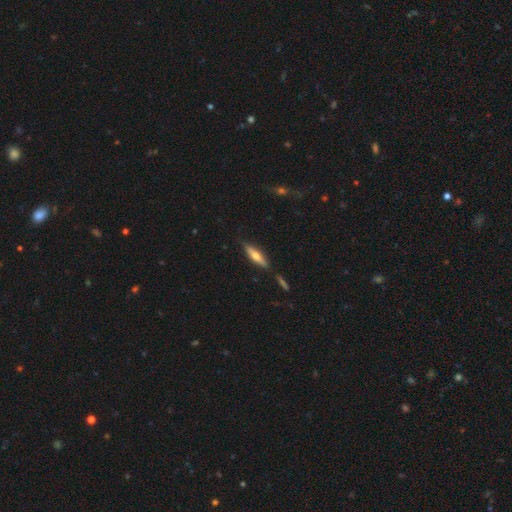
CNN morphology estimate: featured or disk 50%, smooth 44%, star or artifact 6%. Down the decision tree: edge-on disk — yes (93%); merging — none (82%).